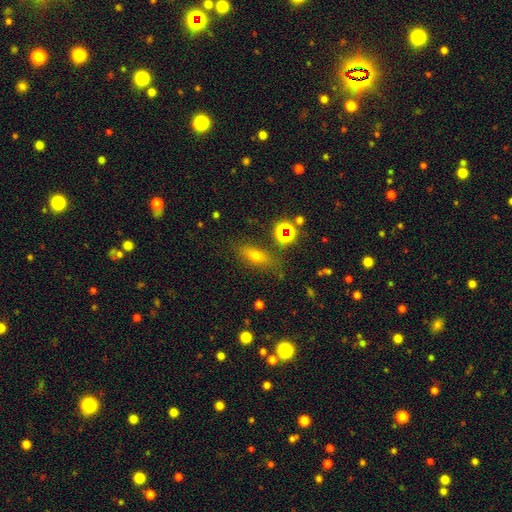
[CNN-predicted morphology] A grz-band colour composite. It shows a smooth galaxy with no disk features (60%) that is in between round and cigar-shaped (60%). Merging: none (74%).